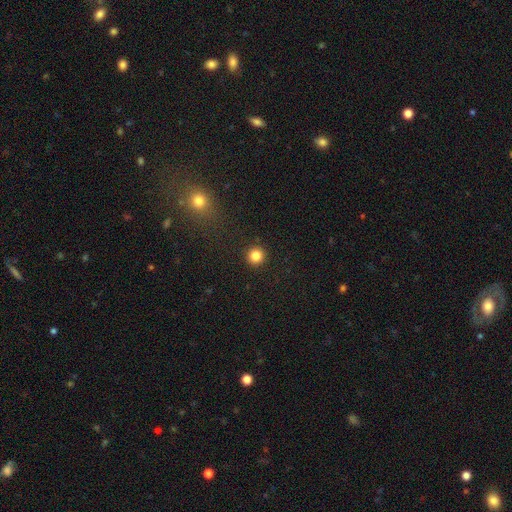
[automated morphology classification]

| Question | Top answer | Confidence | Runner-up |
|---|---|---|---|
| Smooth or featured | smooth | 84% | star or artifact (12%) |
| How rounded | round | 95% | in between (4%) |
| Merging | none | 93% | minor disturbance (4%) |